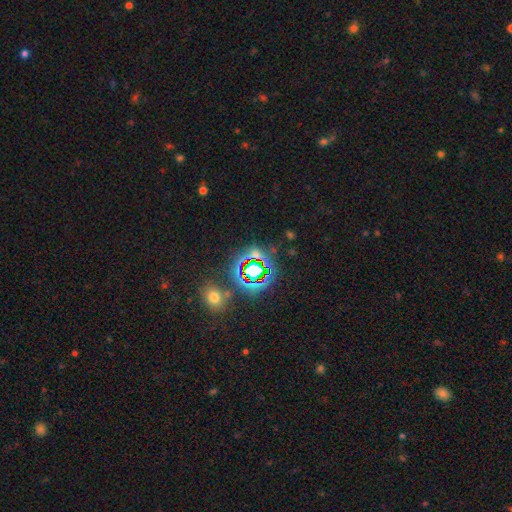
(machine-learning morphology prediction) A star or artifact, not a galaxy (70%).